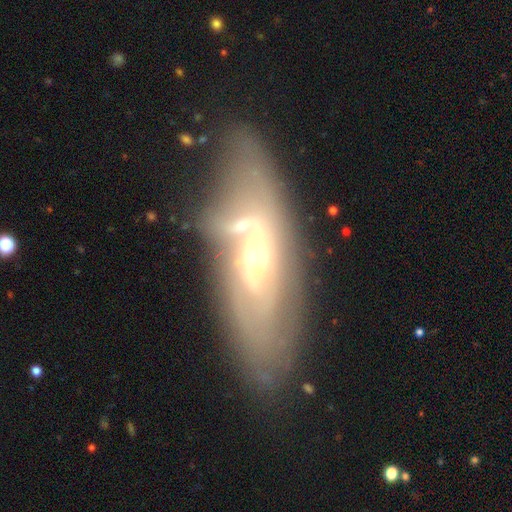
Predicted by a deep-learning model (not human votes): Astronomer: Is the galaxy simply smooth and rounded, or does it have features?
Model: featured or disk — 74%.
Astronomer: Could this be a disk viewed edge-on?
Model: no — 83%.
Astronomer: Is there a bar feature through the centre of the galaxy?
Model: no — 63%.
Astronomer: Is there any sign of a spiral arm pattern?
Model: yes — 66%.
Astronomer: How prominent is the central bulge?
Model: moderate — 62%.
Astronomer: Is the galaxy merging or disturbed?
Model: none — 52%.